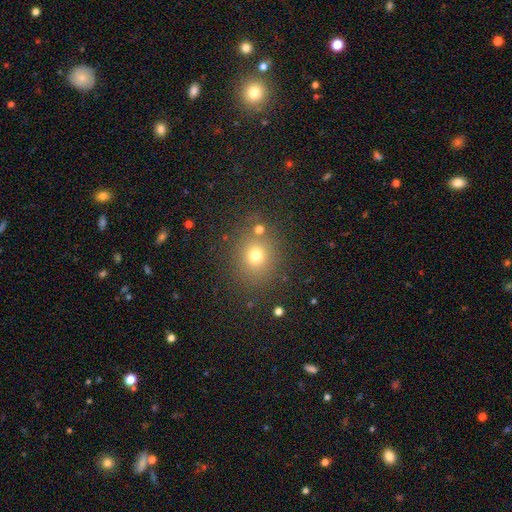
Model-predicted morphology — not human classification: smooth_or_featured: smooth (p=0.72) [alt: star or artifact p=0.19]
how_rounded: round (p=0.77) [alt: in between p=0.22]
merging: none (p=0.79) [alt: minor disturbance p=0.10]